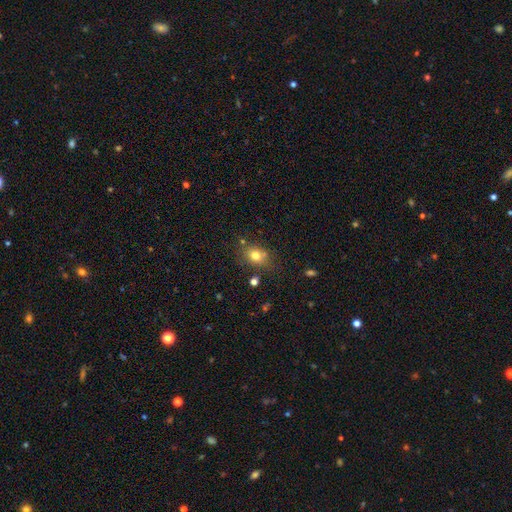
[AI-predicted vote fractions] smooth 76%, star or artifact 13%, featured or disk 11%. Down the decision tree: how rounded — in between (54%); merging — none (73%).